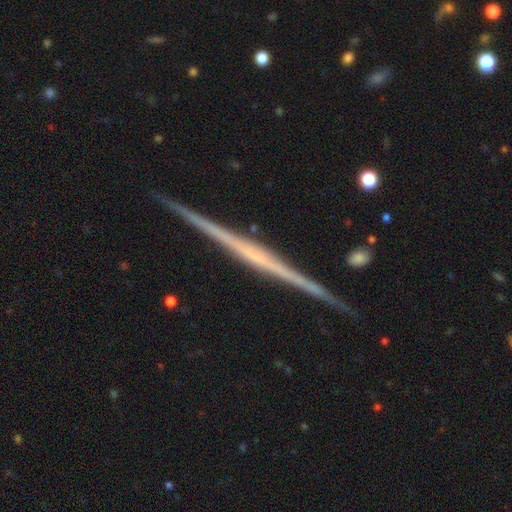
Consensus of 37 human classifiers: Smooth or featured? featured or disk (92%)
Edge-on disk? yes (100%)
Edge-on bulge? none (56%)
Merging? none (97%)